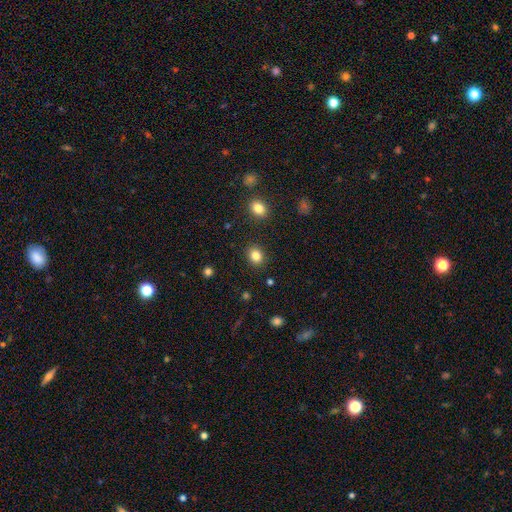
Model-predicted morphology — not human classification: smooth_or_featured: smooth (p=0.83) [alt: star or artifact p=0.11]
how_rounded: round (p=0.62) [alt: in between p=0.38]
merging: none (p=0.89) [alt: minor disturbance p=0.07]